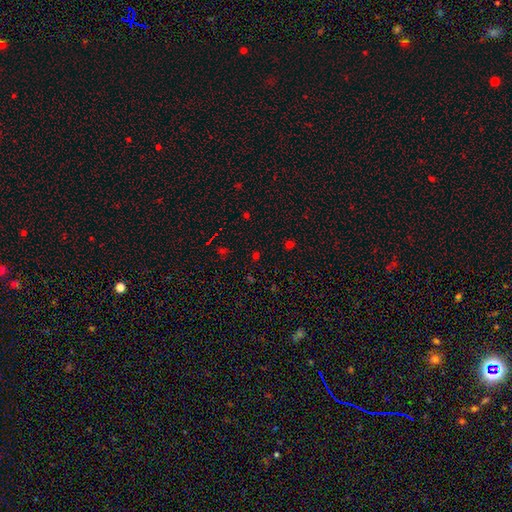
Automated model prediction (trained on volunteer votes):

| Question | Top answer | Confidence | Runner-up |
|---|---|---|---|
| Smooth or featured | star or artifact | 51% | smooth (42%) |